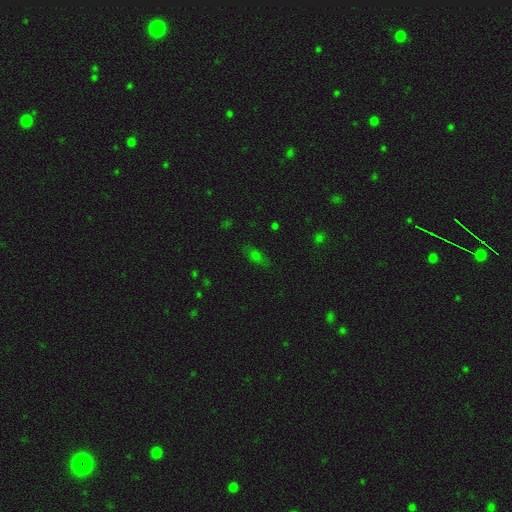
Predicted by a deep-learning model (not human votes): smooth-or-featured: smooth: 61% | star or artifact: 22% | featured or disk: 17%
  how-rounded: in between: 70% | cigar-shaped: 21% | round: 9%
  merging: none: 78% | minor disturbance: 15% | major disturbance: 5% | merger: 2%